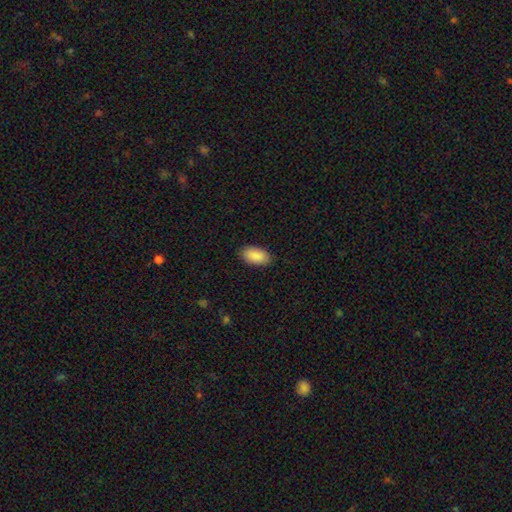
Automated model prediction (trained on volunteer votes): A smooth galaxy with no disk features (91%) that is in between round and cigar-shaped (95%).

Vote fractions:
- Smooth or featured? smooth: 91% / star or artifact: 6% / featured or disk: 4%
- How rounded? in between: 95% / round: 3% / cigar-shaped: 2%
- Merging? none: 88% / minor disturbance: 9% / major disturbance: 2% / merger: 1%